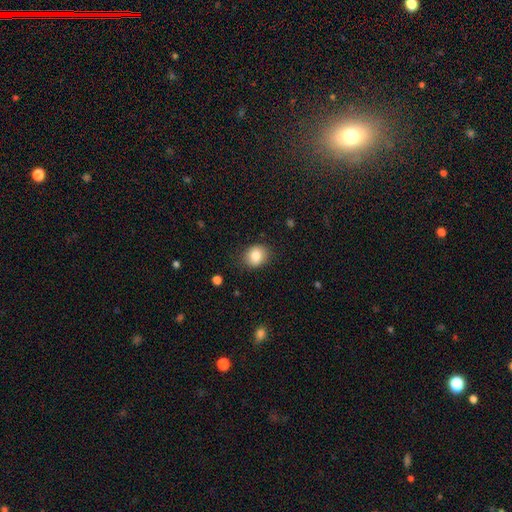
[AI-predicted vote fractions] The model was most divided on "how rounded": round: 64%, in between: 35%, cigar-shaped: 1%. More confident: merging — none (85%); smooth or featured — smooth (84%).